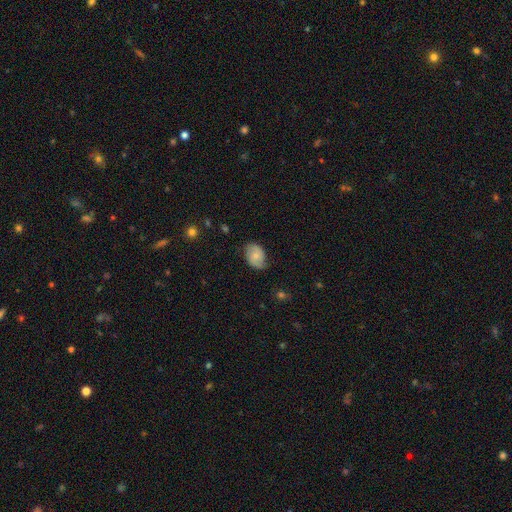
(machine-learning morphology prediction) The model was most divided on "smooth or featured": featured or disk: 50%, smooth: 42%, star or artifact: 7%. More confident: edge-on disk — no (97%); merging — none (69%).